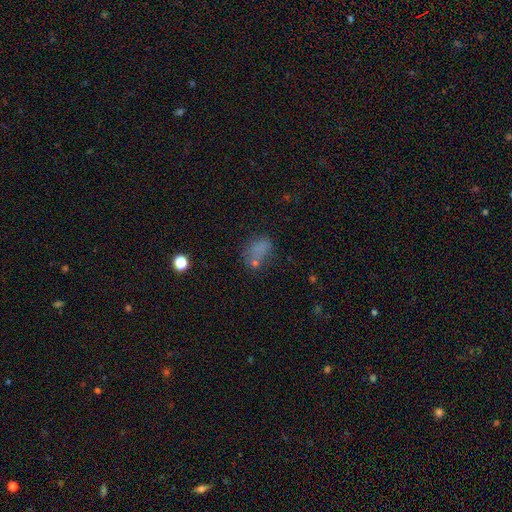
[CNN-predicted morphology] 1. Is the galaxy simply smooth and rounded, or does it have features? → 68% smooth, 20% star or artifact, 12% featured or disk.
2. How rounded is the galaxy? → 74% in between, 24% round, 3% cigar-shaped.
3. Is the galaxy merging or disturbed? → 53% none, 20% minor disturbance, 14% major disturbance, 13% merger.